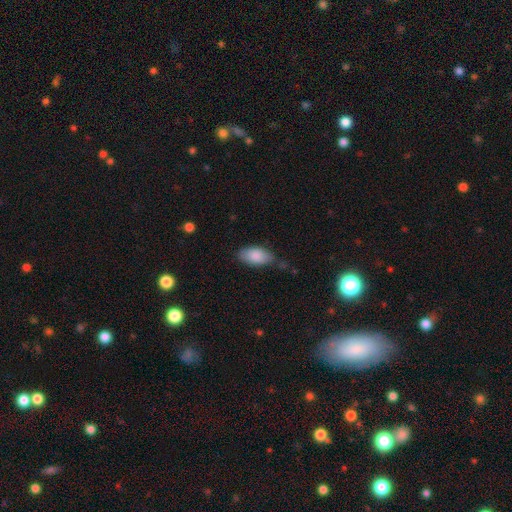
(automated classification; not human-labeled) smooth 85%, featured or disk 9%, star or artifact 6%. Down the decision tree: how rounded — in between (92%); merging — none (61%).